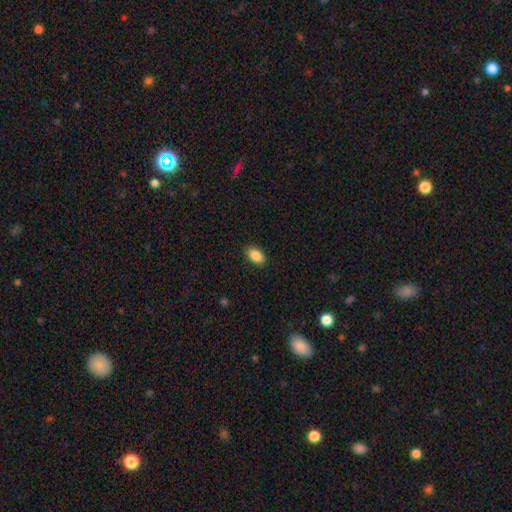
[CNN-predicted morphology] Q: Smooth or featured?
A: smooth (87%); runner-up: star or artifact (7%)
Q: How rounded?
A: in between (92%); runner-up: round (6%)
Q: Merging?
A: none (88%); runner-up: minor disturbance (9%)